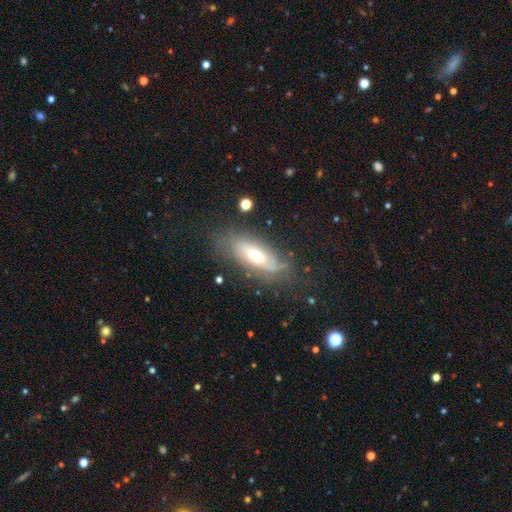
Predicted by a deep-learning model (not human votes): smooth_or_featured: featured or disk (p=0.60) [alt: smooth p=0.32]
disk_edge_on: no (p=0.80) [alt: yes p=0.20]
merging: none (p=0.66) [alt: minor disturbance p=0.22]